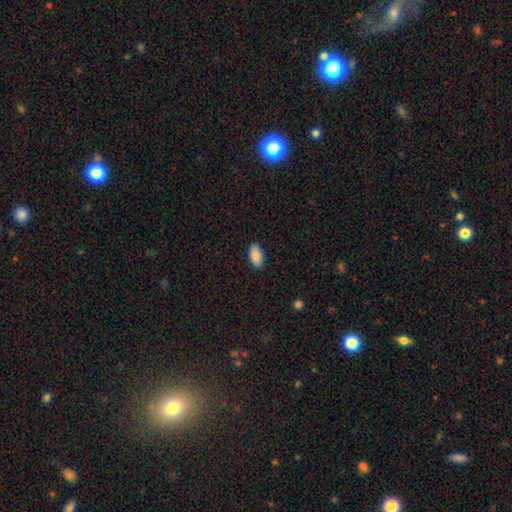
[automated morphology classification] smooth 89%, star or artifact 7%, featured or disk 4%. Down the decision tree: how rounded — in between (94%); merging — none (89%).